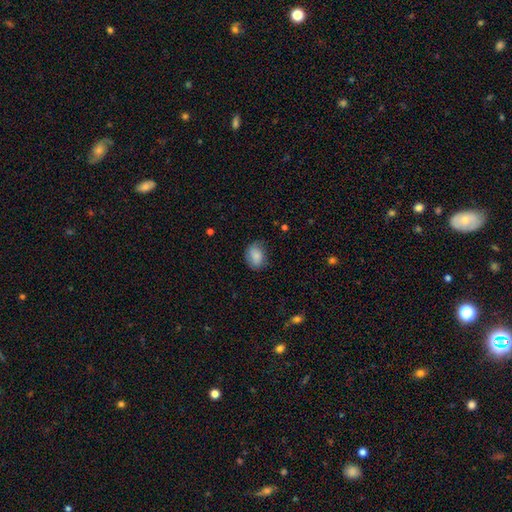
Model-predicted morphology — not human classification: smooth-or-featured: smooth: 83% | featured or disk: 9% | star or artifact: 7%
  how-rounded: in between: 67% | round: 32% | cigar-shaped: 1%
  merging: none: 69% | minor disturbance: 24% | major disturbance: 6% | merger: 1%